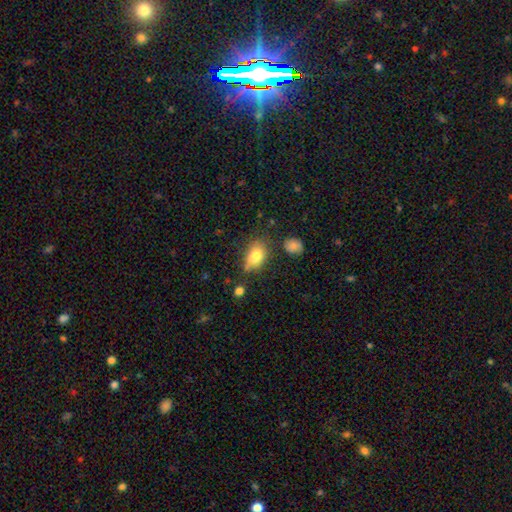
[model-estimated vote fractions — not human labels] Overall: smooth (80%). How rounded: in between (82%). Merging: none (55%; minor disturbance 29%).